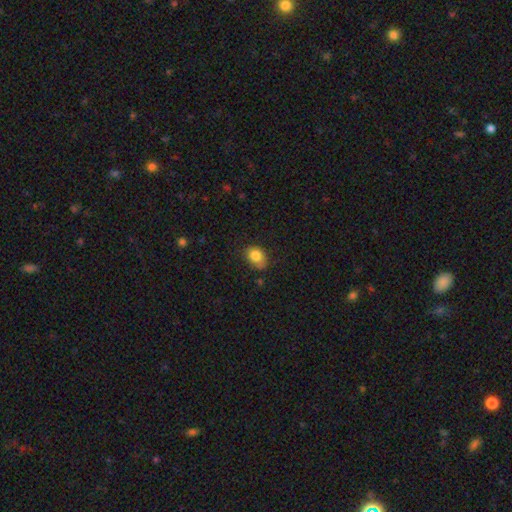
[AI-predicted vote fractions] A smooth galaxy with no disk features (83%) that is in between round and cigar-shaped (66%). Merging: none (63%).